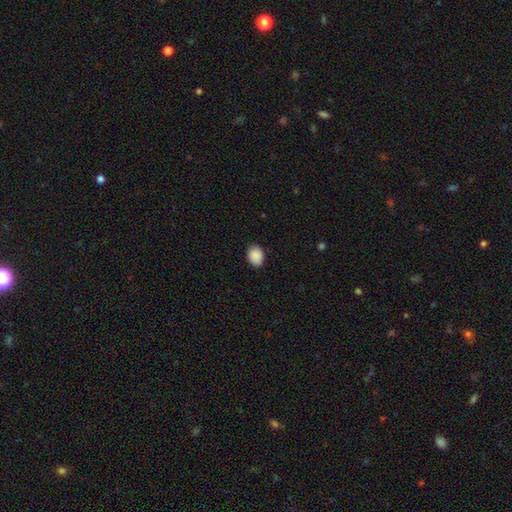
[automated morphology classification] A smooth galaxy with no disk features (89%) that is in between round and cigar-shaped (55%).

Vote fractions:
- Smooth or featured? smooth: 89% / star or artifact: 7% / featured or disk: 3%
- How rounded? in between: 55% / round: 44% / cigar-shaped: 1%
- Merging? none: 84% / minor disturbance: 13% / major disturbance: 2% / merger: 1%